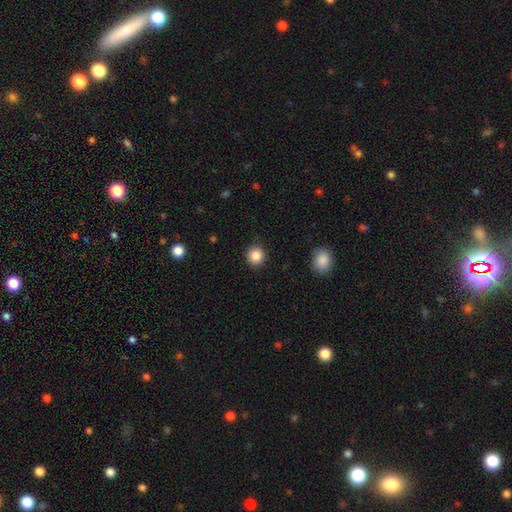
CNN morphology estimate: smooth 87%, star or artifact 10%, featured or disk 3%. Down the decision tree: how rounded — round (91%); merging — none (90%).